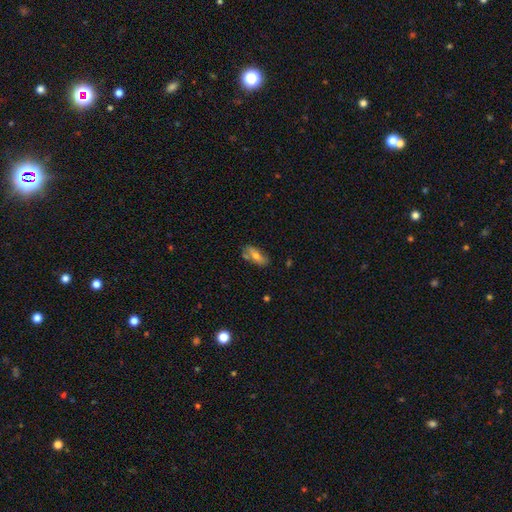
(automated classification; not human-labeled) The model was most divided on "smooth or featured": smooth: 63%, featured or disk: 29%, star or artifact: 8%. More confident: how rounded — in between (79%); merging — none (65%).